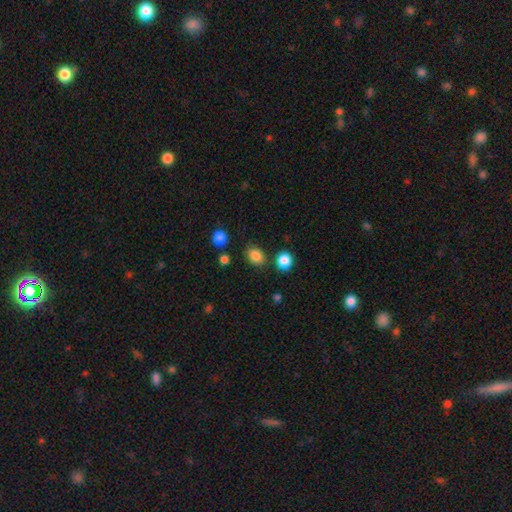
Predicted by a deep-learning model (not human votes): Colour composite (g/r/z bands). It shows a smooth galaxy with no disk features (85%) that is in between round and cigar-shaped (53%). Merging: none (78%).